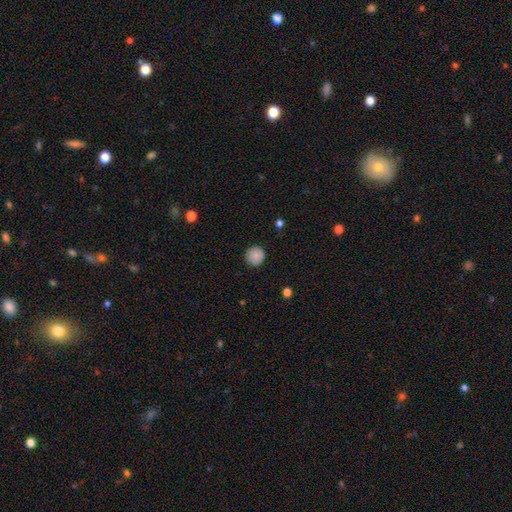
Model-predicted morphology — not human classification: Smooth or featured? smooth (86%)
How rounded? round (95%)
Merging? none (89%)